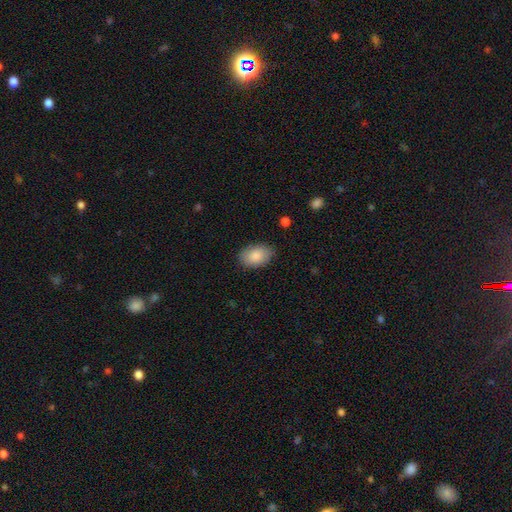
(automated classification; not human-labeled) Overall: smooth (86%). How rounded: in between (89%). Merging: none (84%).